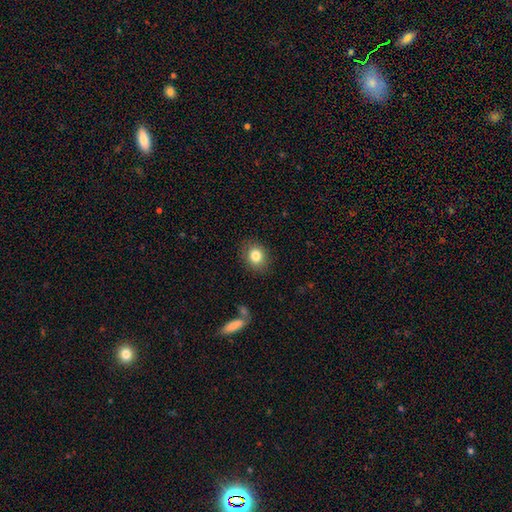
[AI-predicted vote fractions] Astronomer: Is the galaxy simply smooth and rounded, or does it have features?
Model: smooth — 83%.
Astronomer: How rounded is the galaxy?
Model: round — 60% (runner-up: in between, 39%).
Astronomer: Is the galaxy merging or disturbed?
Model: none — 84%.